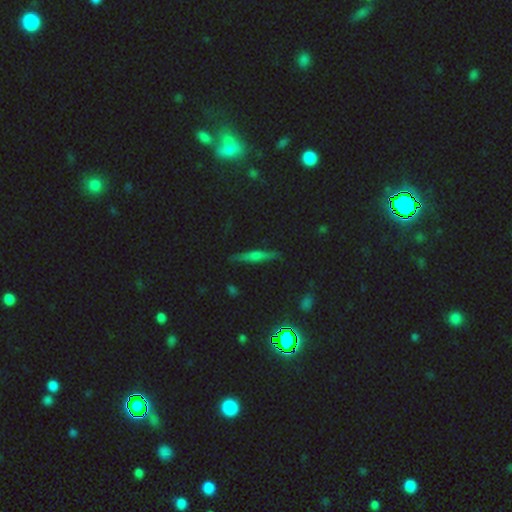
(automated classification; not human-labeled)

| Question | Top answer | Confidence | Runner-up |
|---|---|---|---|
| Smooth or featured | featured or disk | 50% | smooth (34%) |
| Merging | none | 87% | minor disturbance (9%) |